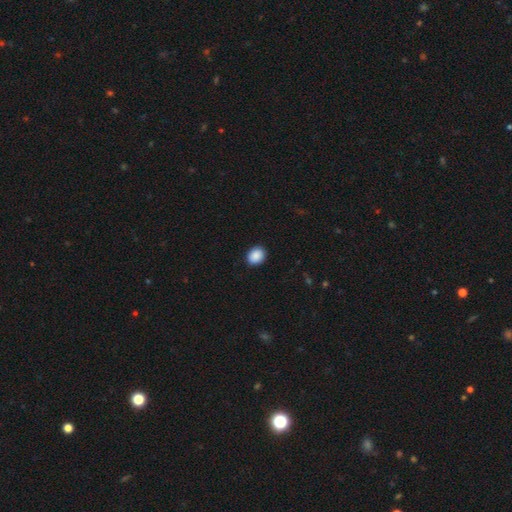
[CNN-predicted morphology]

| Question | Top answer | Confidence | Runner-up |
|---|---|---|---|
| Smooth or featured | smooth | 90% | star or artifact (7%) |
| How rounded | round | 50% | in between (49%) |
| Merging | none | 90% | minor disturbance (7%) |